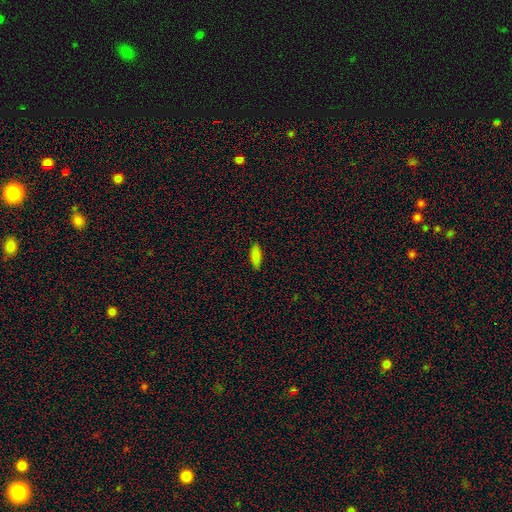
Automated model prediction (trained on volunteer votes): The model was most divided on "how rounded": in between: 74%, cigar-shaped: 23%, round: 2%. More confident: smooth or featured — smooth (86%); merging — none (83%).